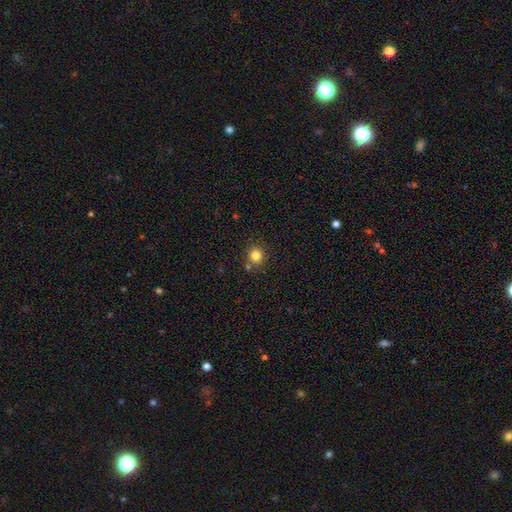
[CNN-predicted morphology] type=smooth (82%); roundness=round (88%); merging=none (80%).